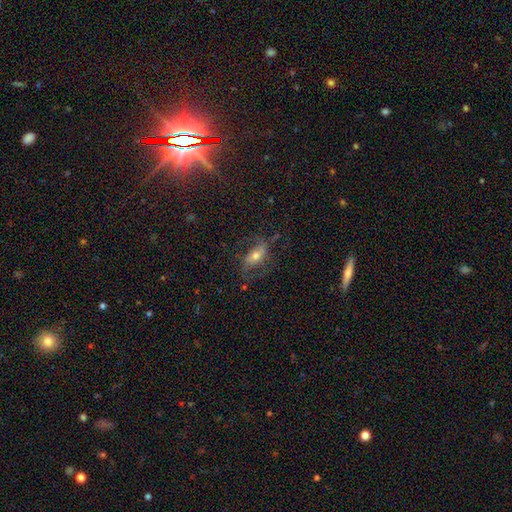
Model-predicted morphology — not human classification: smooth-or-featured: featured or disk: 52% | smooth: 35% | star or artifact: 12%
  disk-edge-on: no: 85% | yes: 15%
  merging: none: 61% | minor disturbance: 20% | major disturbance: 17% | merger: 2%